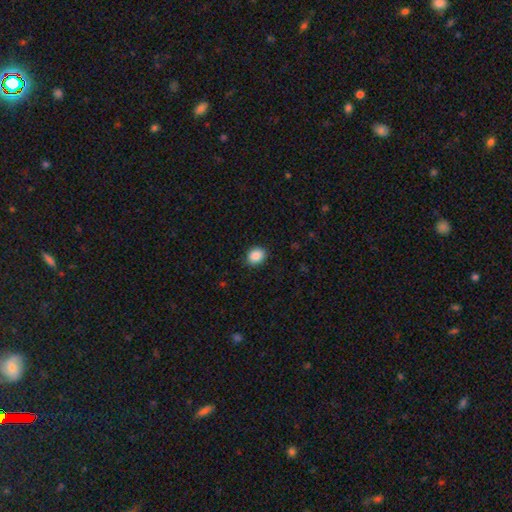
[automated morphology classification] smooth 88%, star or artifact 9%, featured or disk 3%. Down the decision tree: how rounded — round (56%); merging — none (90%).